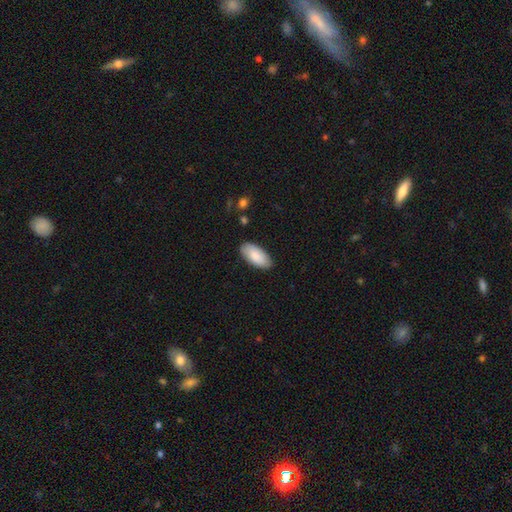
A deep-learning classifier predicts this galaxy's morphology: smooth 86%, featured or disk 9%, star or artifact 5%. Down the decision tree: how rounded — in between (93%); merging — none (85%).